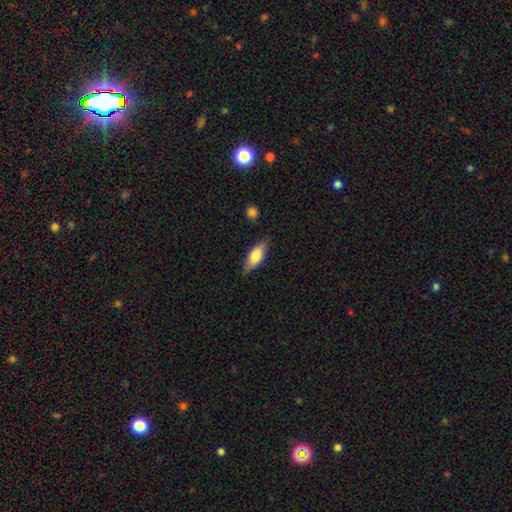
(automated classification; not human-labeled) A smooth galaxy with no disk features (71%) that is in between round and cigar-shaped (72%). Merging: none (77%).